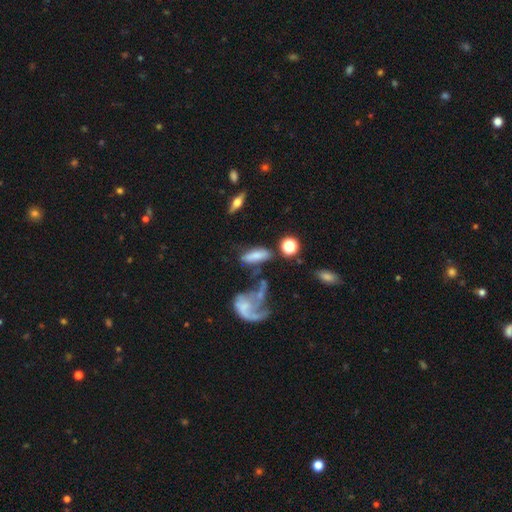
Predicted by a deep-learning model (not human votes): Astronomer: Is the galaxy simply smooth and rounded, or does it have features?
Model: smooth — 62%.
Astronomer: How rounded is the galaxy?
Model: in between — 64%.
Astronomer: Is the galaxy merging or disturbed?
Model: none — 45%.